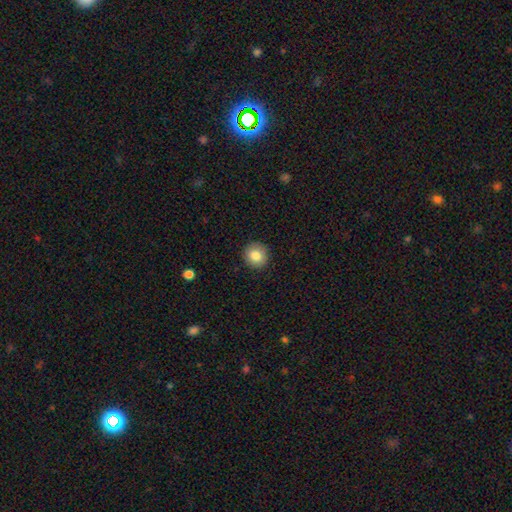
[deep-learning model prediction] Smooth or featured?
  - smooth: 84% *
  - star or artifact: 8%
  - featured or disk: 7%
How rounded?
  - round: 92% *
  - in between: 7%
  - cigar-shaped: 1%
Merging?
  - none: 91% *
  - minor disturbance: 6%
  - major disturbance: 2%
  - merger: 1%